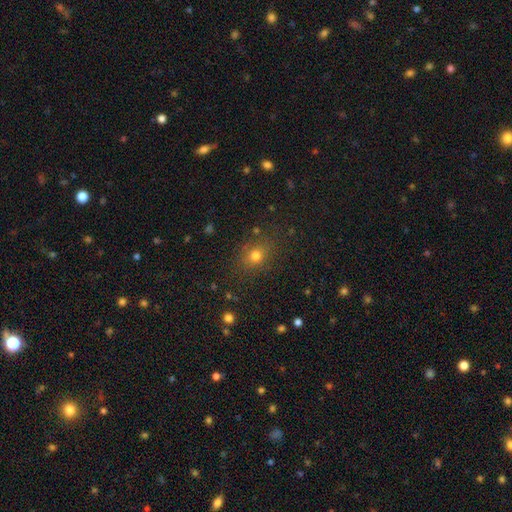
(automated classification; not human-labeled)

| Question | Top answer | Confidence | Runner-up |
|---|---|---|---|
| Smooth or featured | smooth | 75% | star or artifact (17%) |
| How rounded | round | 64% | in between (34%) |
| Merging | none | 82% | minor disturbance (12%) |